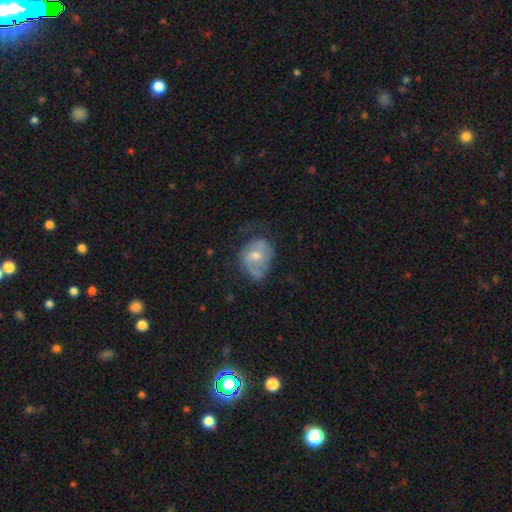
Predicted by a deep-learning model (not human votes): Overall: featured or disk (55%; smooth 37%). Edge-on disk: no (96%). Bar: no (64%; weak 28%). Spiral arms: yes (58%; no 42%). Bulge size: moderate (60%; small 35%). Merging: none (42%; minor disturbance 34%).